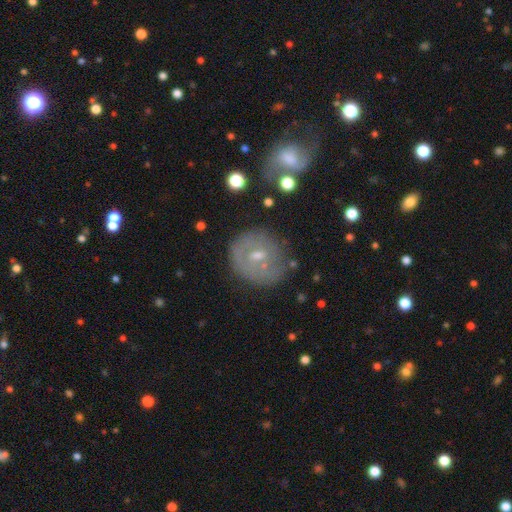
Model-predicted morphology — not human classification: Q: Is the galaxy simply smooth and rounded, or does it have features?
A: featured or disk — 51%.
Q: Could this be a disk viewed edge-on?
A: no — 96%.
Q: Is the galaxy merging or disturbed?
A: none — 66%.